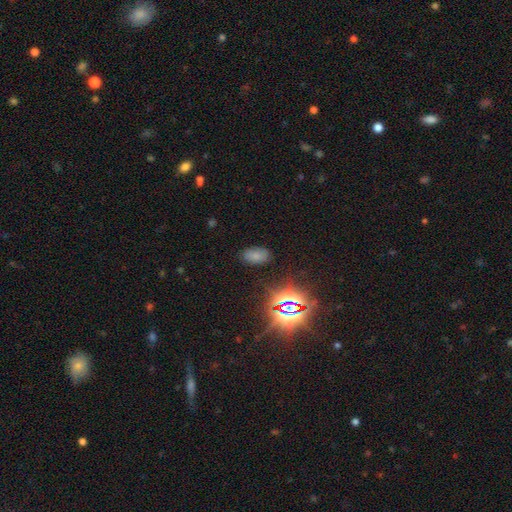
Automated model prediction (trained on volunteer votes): The model was most divided on "smooth or featured": smooth: 67%, star or artifact: 25%, featured or disk: 8%. More confident: how rounded — in between (92%); merging — none (82%).